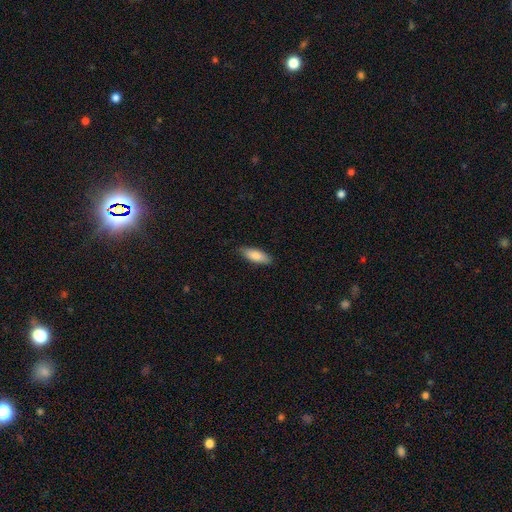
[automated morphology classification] smooth 84%, featured or disk 10%, star or artifact 6%. Down the decision tree: how rounded — in between (69%); merging — none (84%).